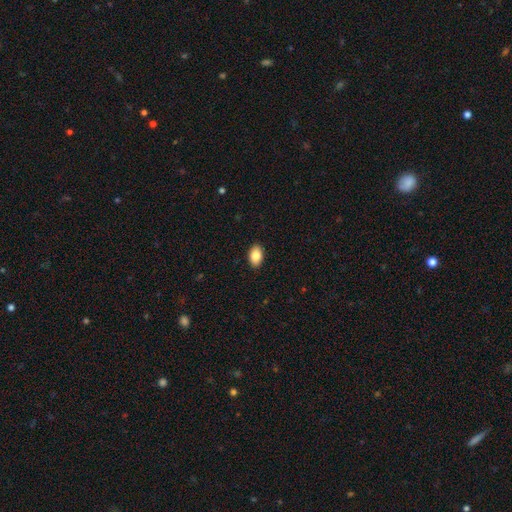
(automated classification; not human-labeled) smooth 85%, featured or disk 7%, star or artifact 7%. Down the decision tree: how rounded — in between (92%); merging — none (90%).